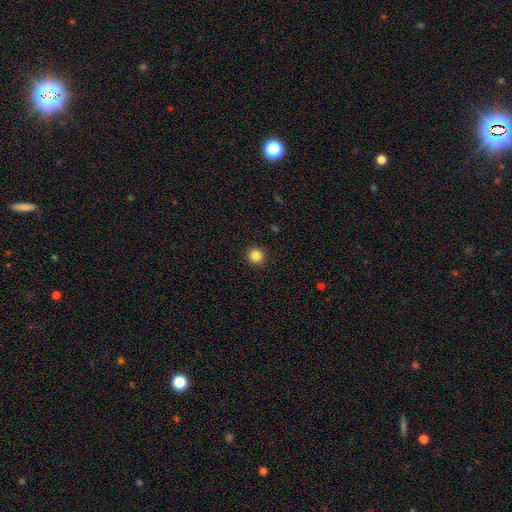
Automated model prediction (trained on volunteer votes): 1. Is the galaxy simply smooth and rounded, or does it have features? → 86% smooth, 11% star or artifact, 3% featured or disk.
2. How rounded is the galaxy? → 92% round, 7% in between, 1% cigar-shaped.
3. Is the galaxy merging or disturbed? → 92% none, 5% minor disturbance, 2% major disturbance, 1% merger.